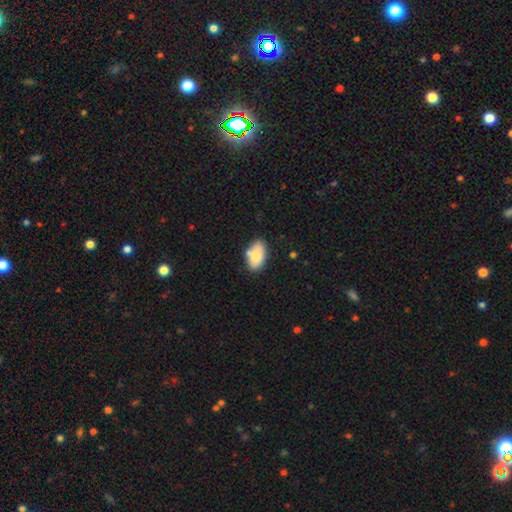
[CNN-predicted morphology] A smooth galaxy with no disk features (75%) that is in between round and cigar-shaped (90%). Merging: none (70%).